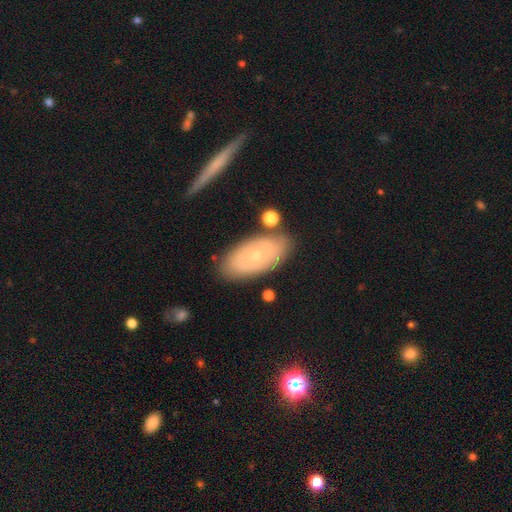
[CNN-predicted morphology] Smooth or featured? Predicted: smooth (p=0.47). Merging? Predicted: none (p=0.79).